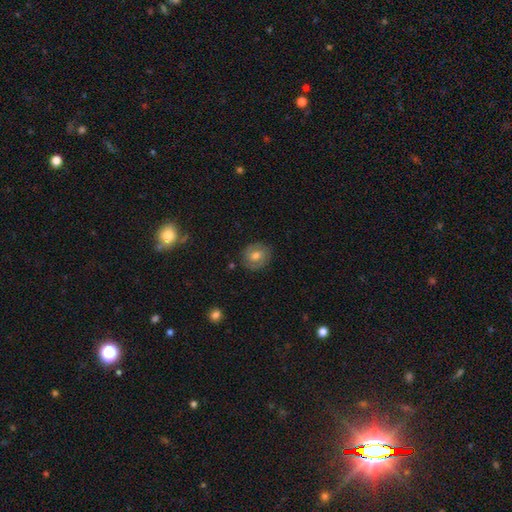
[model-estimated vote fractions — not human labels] smooth-or-featured: smooth: 51% | featured or disk: 40% | star or artifact: 9%
  how-rounded: round: 73% | in between: 26% | cigar-shaped: 1%
  merging: none: 82% | minor disturbance: 13% | major disturbance: 4% | merger: 1%